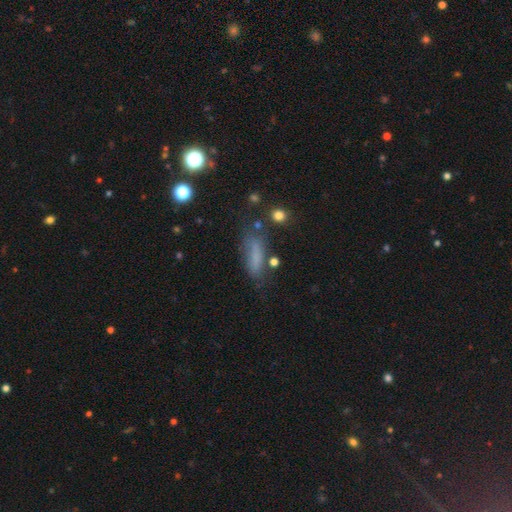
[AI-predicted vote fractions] Smooth or featured?
  - smooth: 70% *
  - featured or disk: 16%
  - star or artifact: 14%
How rounded?
  - cigar-shaped: 51% *
  - in between: 46%
  - round: 4%
Merging?
  - none: 58% *
  - minor disturbance: 24%
  - major disturbance: 12%
  - merger: 6%